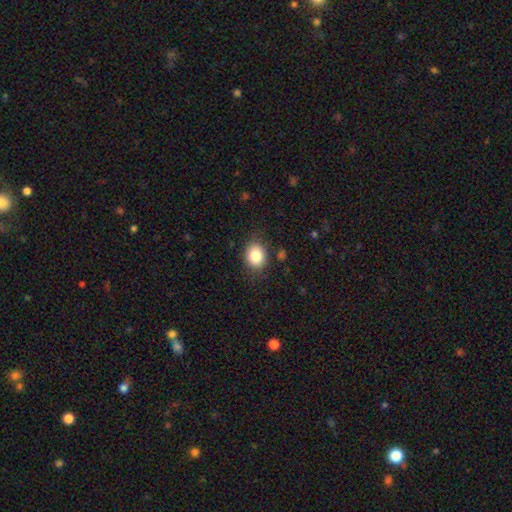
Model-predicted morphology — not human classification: Smooth or featured: smooth — 84% (star or artifact — 9%)
How rounded: round — 53% (in between — 46%)
Merging: none — 80% (minor disturbance — 14%)